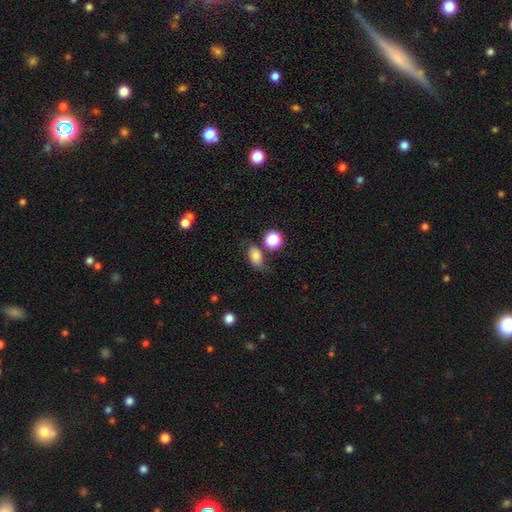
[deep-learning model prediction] Smooth or featured?
  - smooth: 75% *
  - featured or disk: 13%
  - star or artifact: 12%
How rounded?
  - in between: 81% *
  - round: 17%
  - cigar-shaped: 3%
Merging?
  - none: 54% *
  - minor disturbance: 25%
  - major disturbance: 11%
  - merger: 10%